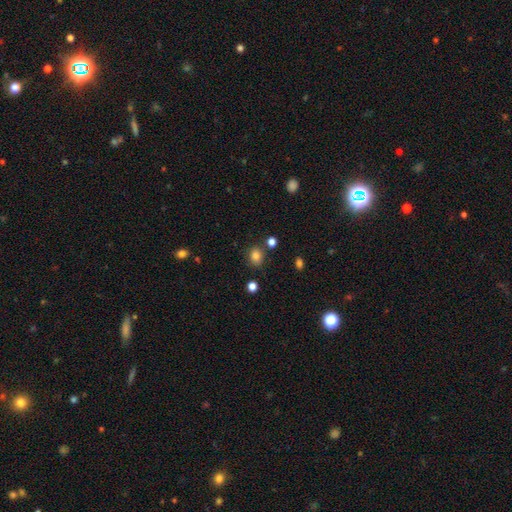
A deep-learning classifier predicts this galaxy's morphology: smooth-or-featured: smooth: 82% | star or artifact: 13% | featured or disk: 5%
  how-rounded: round: 54% | in between: 45% | cigar-shaped: 1%
  merging: none: 78% | minor disturbance: 12% | merger: 6% | major disturbance: 4%